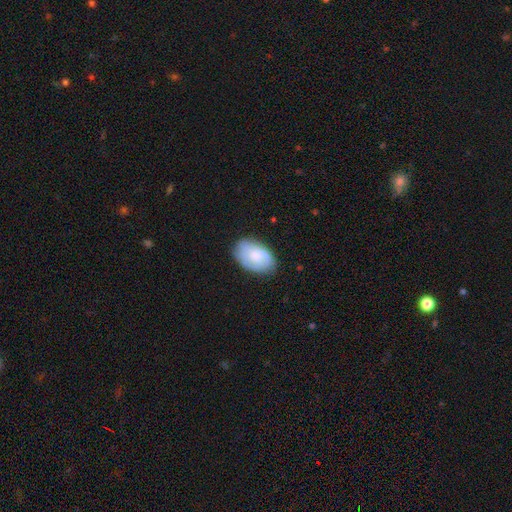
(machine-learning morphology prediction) type=smooth (66%); roundness=in between (90%); merging=none (74%).